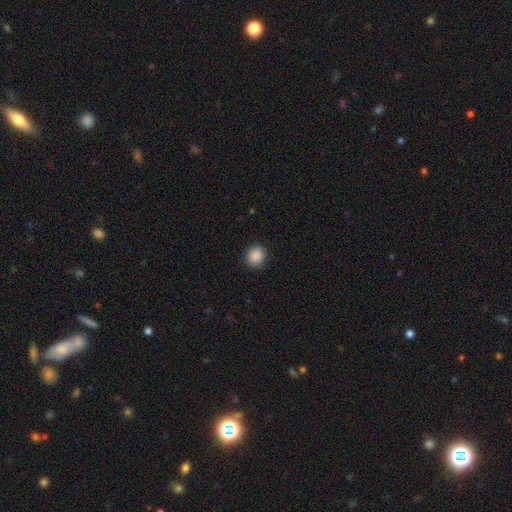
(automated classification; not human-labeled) A smooth galaxy with no disk features (89%) that is round (79%). Merging: none (90%).